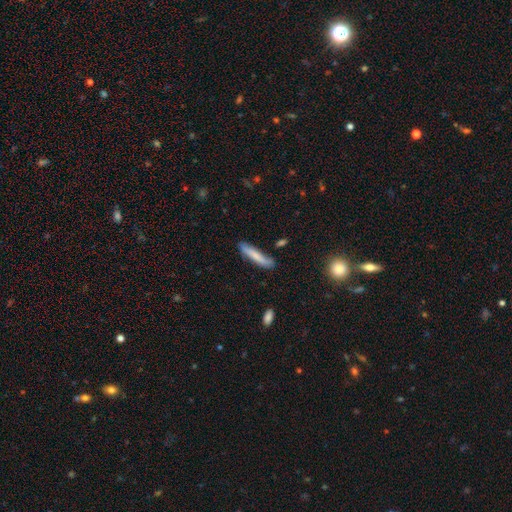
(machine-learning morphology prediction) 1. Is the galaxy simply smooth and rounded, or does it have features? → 72% smooth, 22% featured or disk, 6% star or artifact.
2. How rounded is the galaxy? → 89% cigar-shaped, 9% in between, 1% round.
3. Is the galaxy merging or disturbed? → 76% none, 17% minor disturbance, 3% major disturbance, 3% merger.